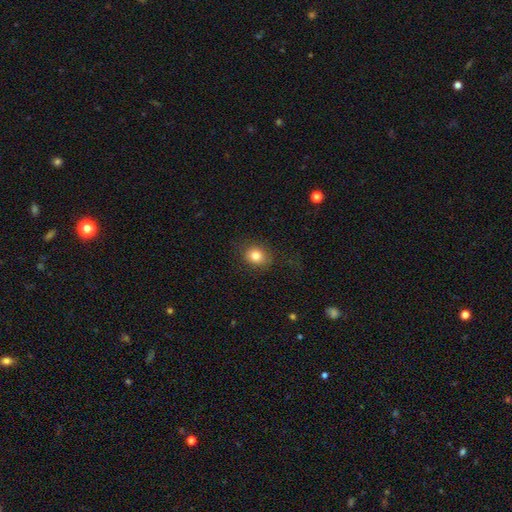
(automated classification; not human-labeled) Overall: smooth (83%). How rounded: round (64%; in between 35%). Merging: none (81%).